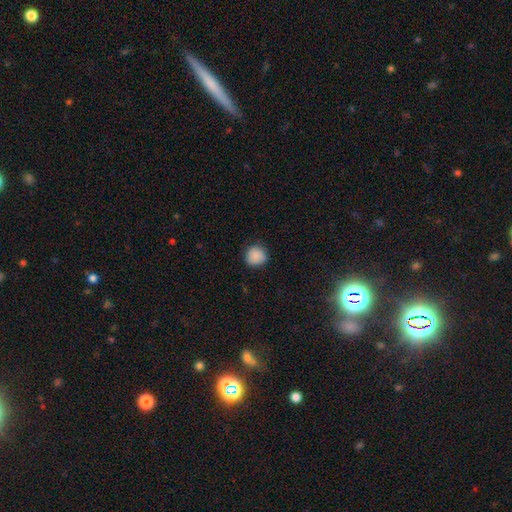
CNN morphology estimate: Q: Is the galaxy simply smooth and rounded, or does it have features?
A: smooth — 87%.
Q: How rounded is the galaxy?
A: round — 88%.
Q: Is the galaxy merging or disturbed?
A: none — 82%.